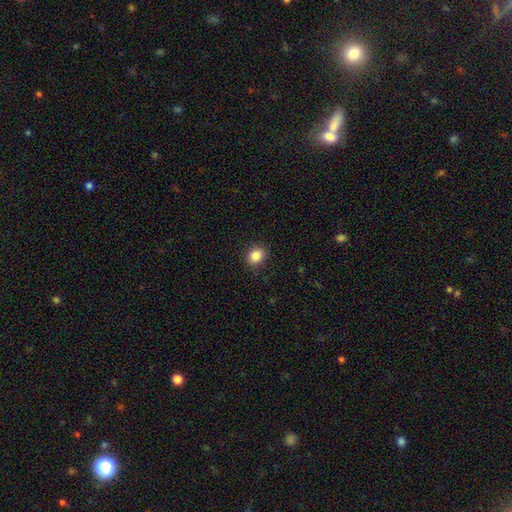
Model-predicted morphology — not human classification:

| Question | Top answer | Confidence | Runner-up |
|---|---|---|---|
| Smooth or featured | smooth | 86% | star or artifact (10%) |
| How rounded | round | 62% | in between (37%) |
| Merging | none | 89% | minor disturbance (7%) |